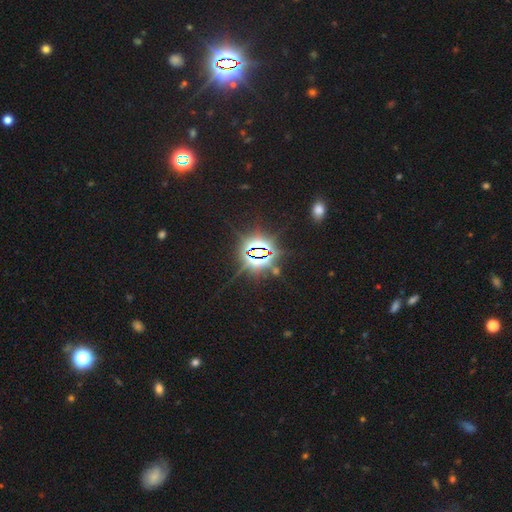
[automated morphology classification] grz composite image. It shows a star or artifact, not a galaxy (85%).